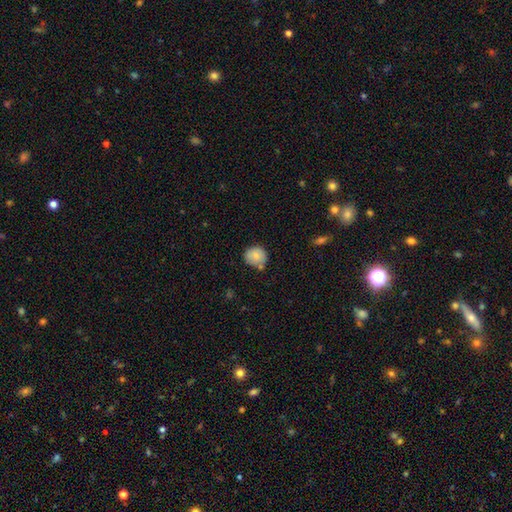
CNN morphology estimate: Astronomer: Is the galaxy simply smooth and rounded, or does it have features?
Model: smooth — 81%.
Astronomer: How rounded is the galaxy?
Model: round — 83%.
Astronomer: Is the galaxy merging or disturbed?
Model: none — 68%.